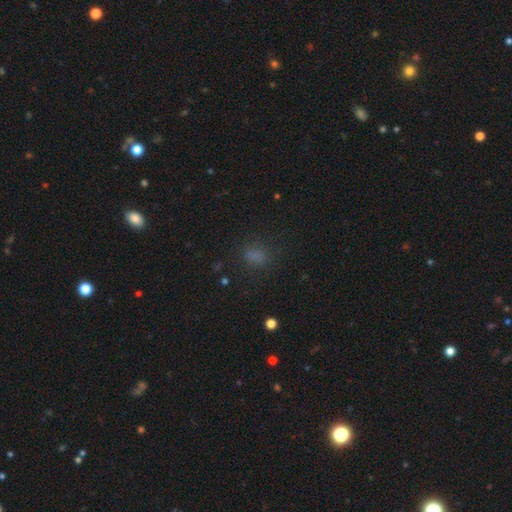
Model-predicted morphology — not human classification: Smooth or featured? smooth (70%)
How rounded? in between (57%)
Merging? none (74%)